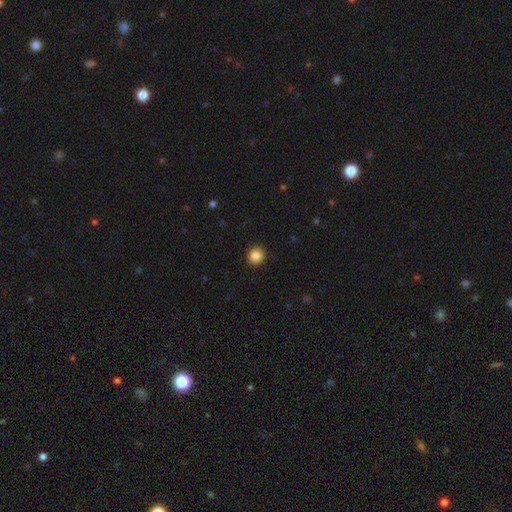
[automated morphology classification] smooth-or-featured: smooth: 86% | star or artifact: 10% | featured or disk: 4%
  how-rounded: round: 91% | in between: 8% | cigar-shaped: 1%
  merging: none: 93% | minor disturbance: 5% | major disturbance: 2% | merger: 1%